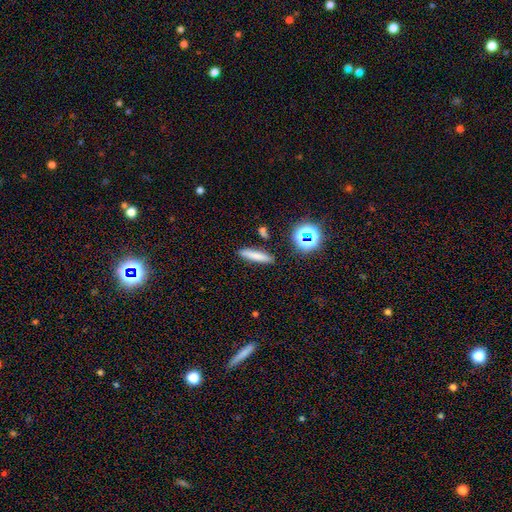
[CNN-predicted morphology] This is likely a smooth galaxy (74%). How rounded: clearly cigar-shaped (85%). Merging: clearly none (86%).